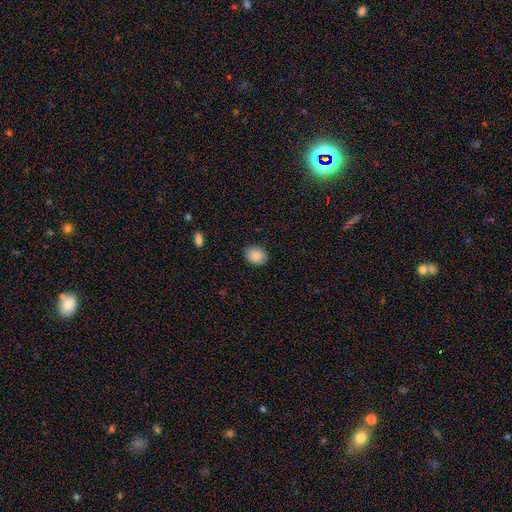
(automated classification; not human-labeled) The model was most divided on "how rounded": in between: 59%, round: 40%, cigar-shaped: 1%. More confident: smooth or featured — smooth (88%); merging — none (86%).